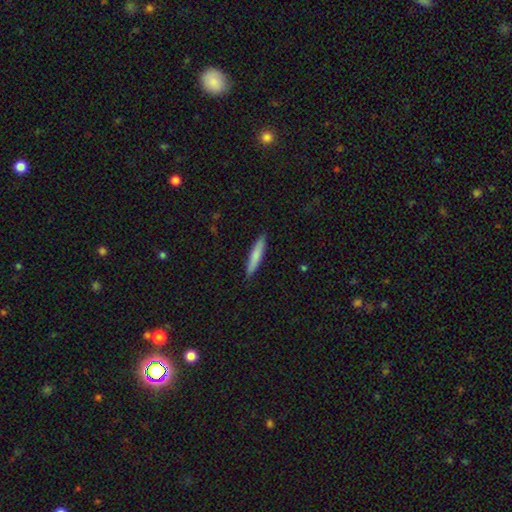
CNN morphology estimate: Smooth or featured: smooth — 77% (featured or disk — 17%)
How rounded: cigar-shaped — 89% (in between — 10%)
Merging: none — 90% (minor disturbance — 8%)